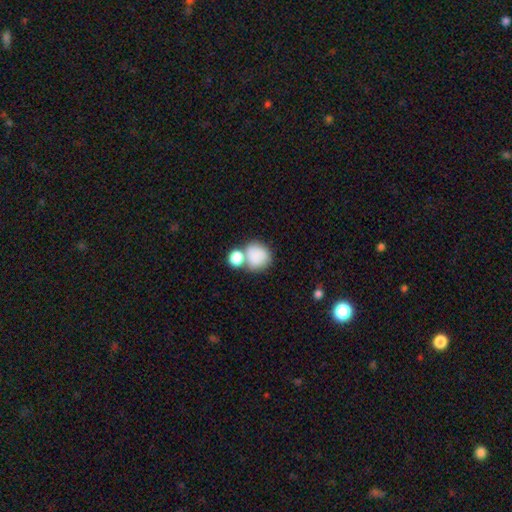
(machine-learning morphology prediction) type=smooth (82%); roundness=round (77%); merging=none (42%).